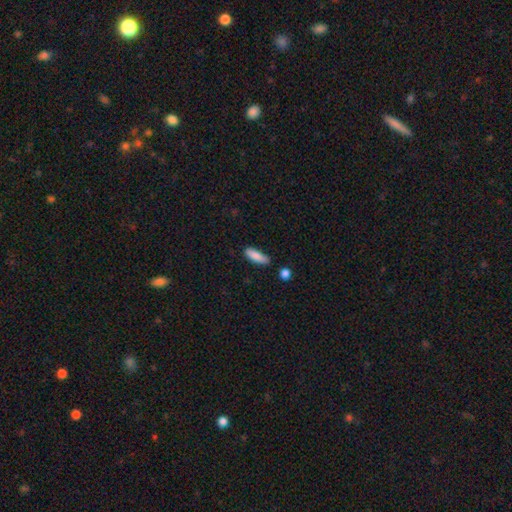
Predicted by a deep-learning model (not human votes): smooth 86%, featured or disk 7%, star or artifact 6%. Down the decision tree: how rounded — in between (51%); merging — none (74%).